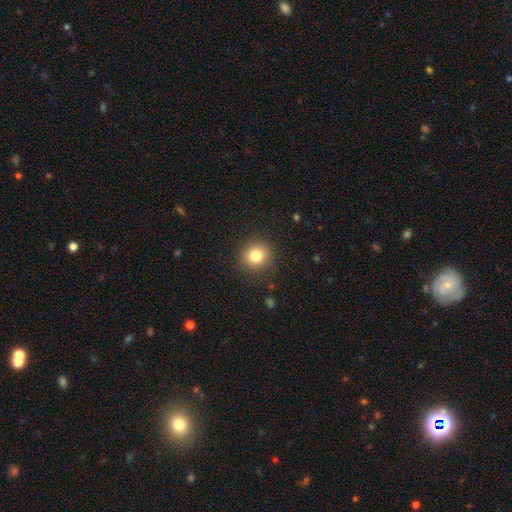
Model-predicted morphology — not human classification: smooth-or-featured: smooth: 82% | star or artifact: 11% | featured or disk: 7%
  how-rounded: round: 89% | in between: 10% | cigar-shaped: 1%
  merging: none: 89% | minor disturbance: 8% | major disturbance: 3% | merger: 1%